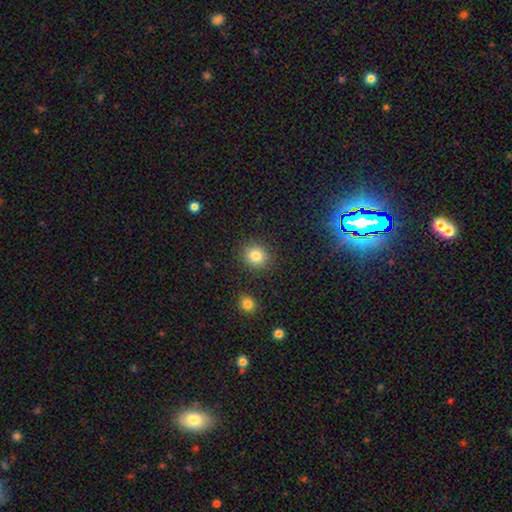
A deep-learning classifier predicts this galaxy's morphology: smooth_or_featured: smooth (p=0.83) [alt: star or artifact p=0.11]
how_rounded: round (p=0.82) [alt: in between p=0.17]
merging: none (p=0.88) [alt: minor disturbance p=0.07]